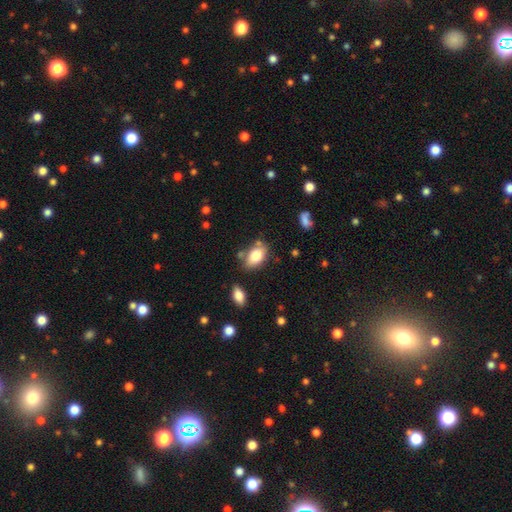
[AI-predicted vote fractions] This appears to be a smooth galaxy with no disk features (78%) that is in between round and cigar-shaped (89%). Merging: none (68%).